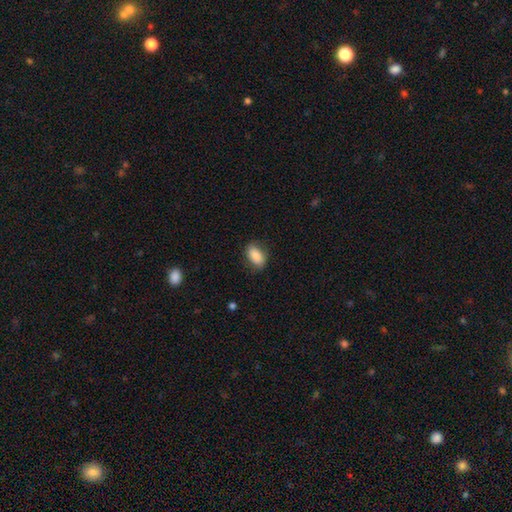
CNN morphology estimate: Q: Smooth or featured?
A: smooth (86%); runner-up: featured or disk (7%)
Q: How rounded?
A: in between (90%); runner-up: round (8%)
Q: Merging?
A: none (79%); runner-up: minor disturbance (16%)